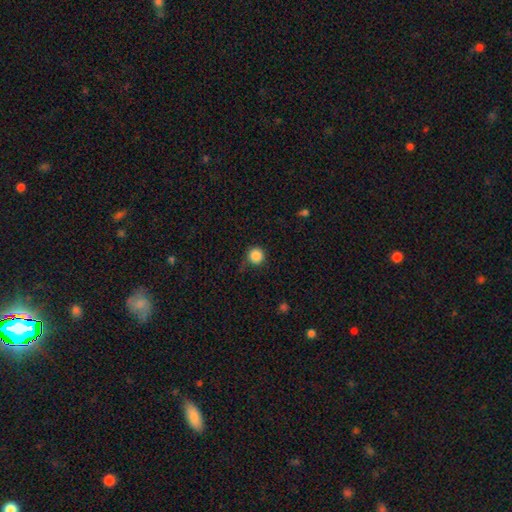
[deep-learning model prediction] smooth-or-featured: smooth: 86% | star or artifact: 10% | featured or disk: 4%
  how-rounded: round: 95% | in between: 4% | cigar-shaped: 1%
  merging: none: 77% | minor disturbance: 16% | major disturbance: 5% | merger: 2%